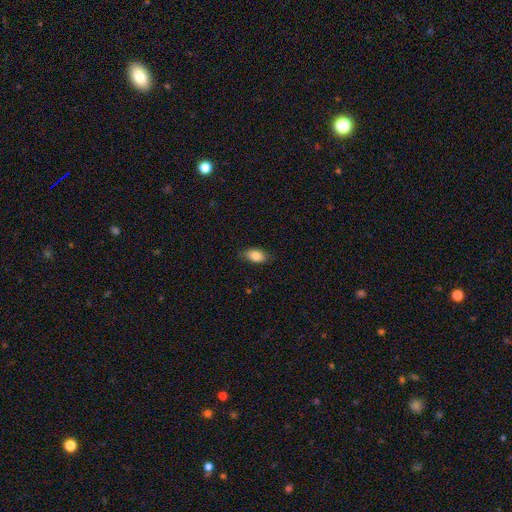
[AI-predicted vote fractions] Smooth or featured? Predicted: smooth (p=0.86). How rounded? Predicted: in between (p=0.91). Merging? Predicted: none (p=0.82).